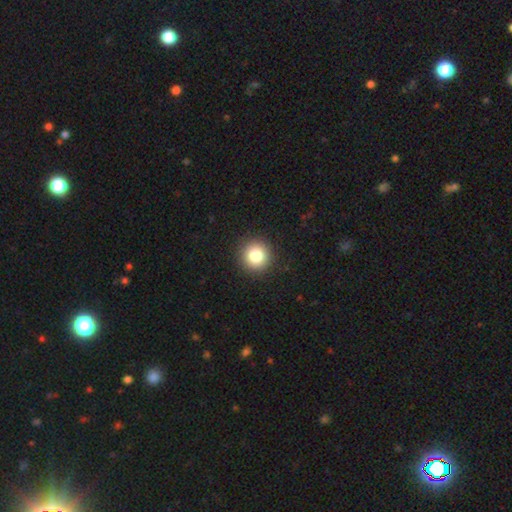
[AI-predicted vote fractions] Smooth or featured? Predicted: smooth (p=0.82). How rounded? Predicted: round (p=0.95). Merging? Predicted: none (p=0.92).